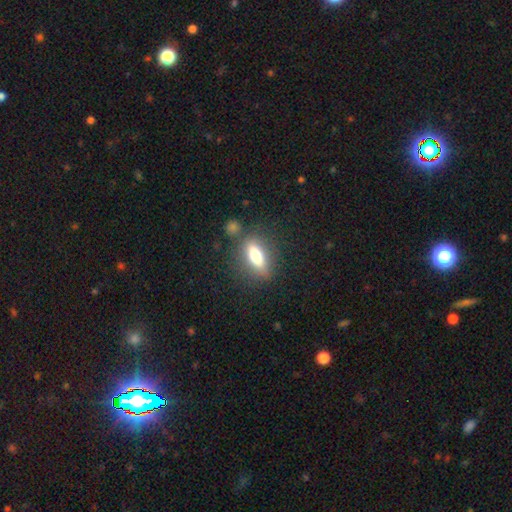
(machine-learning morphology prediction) Smooth or featured? Predicted: smooth (p=0.64). How rounded? Predicted: in between (p=0.65). Merging? Predicted: none (p=0.77).